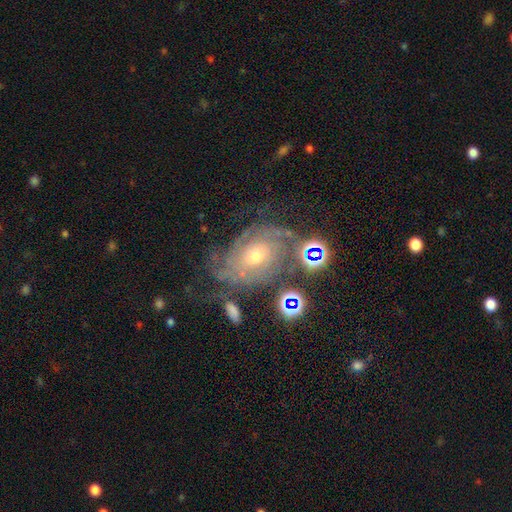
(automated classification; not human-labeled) featured or disk 81%, star or artifact 11%, smooth 8%. Down the decision tree: edge-on disk — no (96%); bar — no (74%); spiral arms — yes (93%); spiral arm count — can't tell (42%); spiral winding — tight (65%); bulge size — moderate (51%); merging — none (57%).